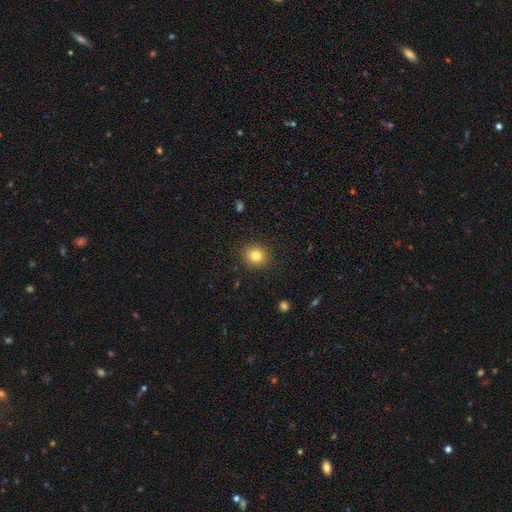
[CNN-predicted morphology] Overall: smooth (81%). How rounded: round (85%). Merging: none (90%).